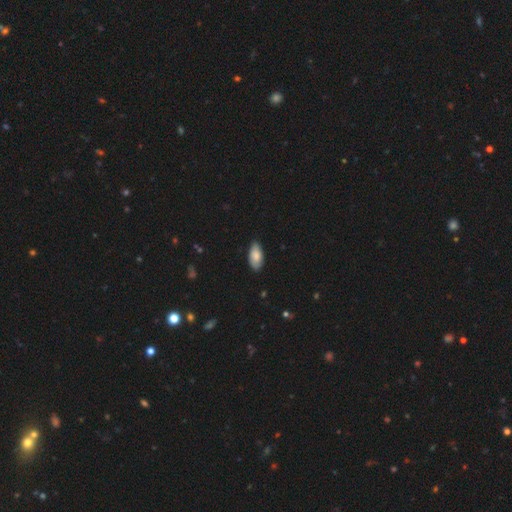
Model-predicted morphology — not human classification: Smooth or featured?
  - smooth: 83% *
  - featured or disk: 11%
  - star or artifact: 6%
How rounded?
  - in between: 93% *
  - cigar-shaped: 5%
  - round: 2%
Merging?
  - none: 83% *
  - minor disturbance: 14%
  - major disturbance: 2%
  - merger: 1%